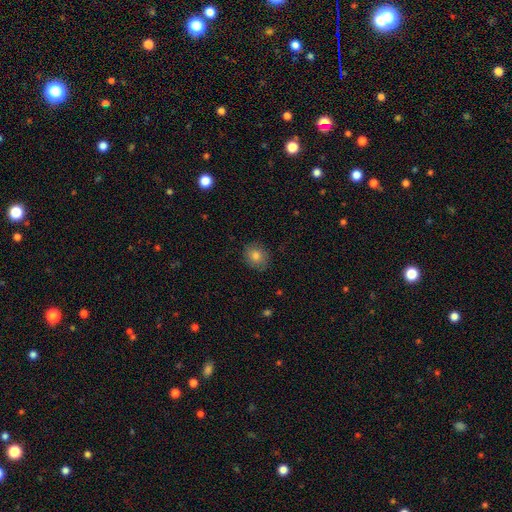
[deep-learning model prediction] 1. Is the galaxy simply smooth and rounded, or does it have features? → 81% smooth, 10% star or artifact, 9% featured or disk.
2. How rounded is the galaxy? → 72% round, 27% in between, 1% cigar-shaped.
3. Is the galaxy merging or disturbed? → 85% none, 11% minor disturbance, 3% major disturbance, 1% merger.